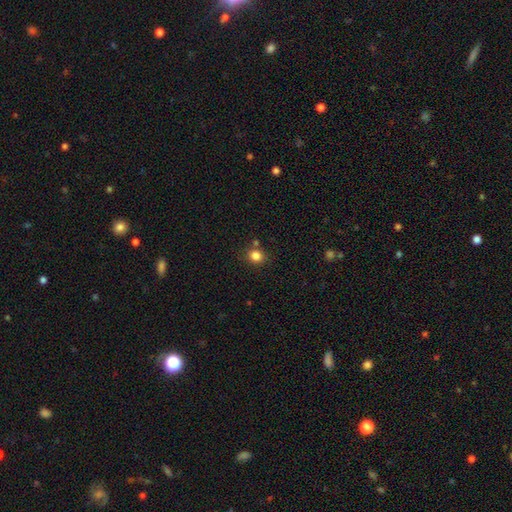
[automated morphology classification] A smooth galaxy with no disk features (83%) that is round (78%). Merging: none (77%).